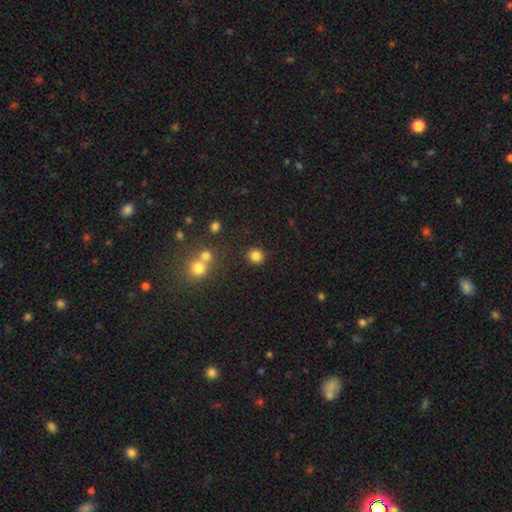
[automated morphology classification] type=smooth (83%); roundness=round (92%); merging=none (86%).